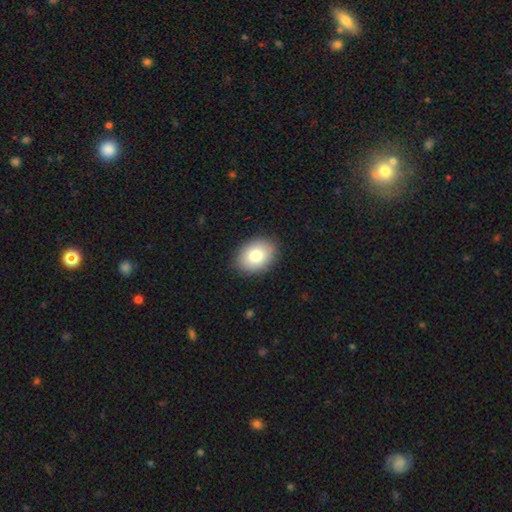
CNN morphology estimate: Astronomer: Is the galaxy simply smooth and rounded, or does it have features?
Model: smooth — 80%.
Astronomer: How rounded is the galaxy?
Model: in between — 68%.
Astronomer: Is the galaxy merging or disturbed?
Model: none — 89%.